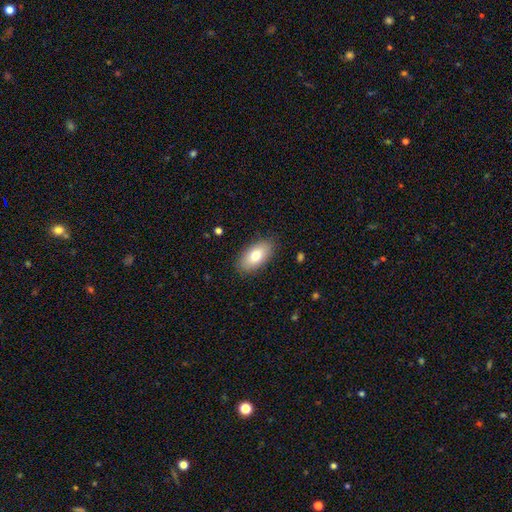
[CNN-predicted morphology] The model was most divided on "smooth or featured": smooth: 78%, featured or disk: 15%, star or artifact: 7%. More confident: how rounded — in between (92%); merging — none (86%).